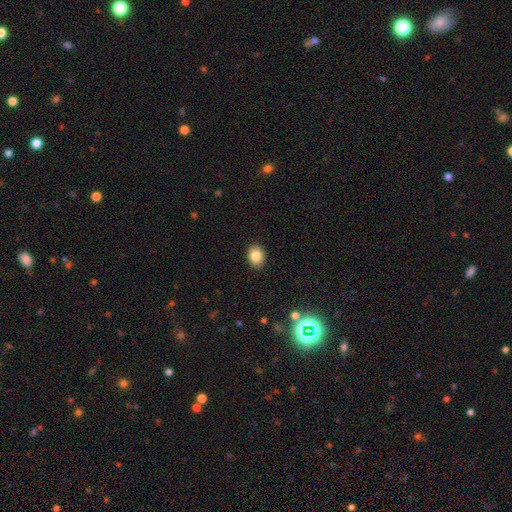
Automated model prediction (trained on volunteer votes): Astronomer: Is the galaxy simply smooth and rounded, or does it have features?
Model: smooth — 83%.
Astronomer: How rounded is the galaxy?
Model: in between — 66%.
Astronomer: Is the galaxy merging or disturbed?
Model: none — 90%.